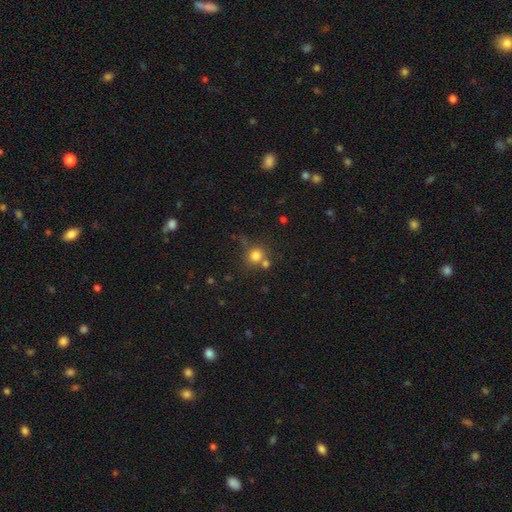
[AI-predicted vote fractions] smooth_or_featured: smooth (p=0.78) [alt: star or artifact p=0.14]
how_rounded: round (p=0.89) [alt: in between p=0.10]
merging: none (p=0.61) [alt: merger p=0.24]